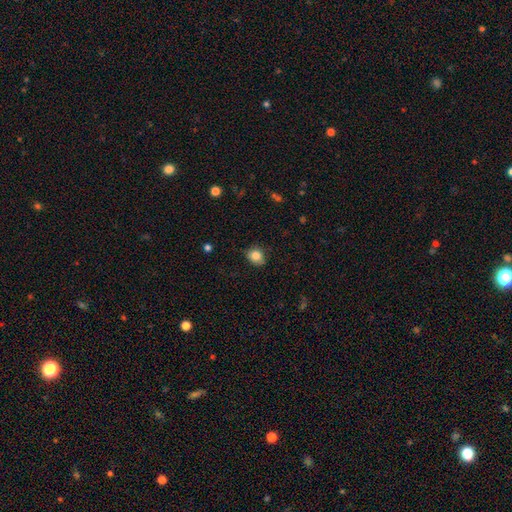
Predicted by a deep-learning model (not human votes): Q: Smooth or featured?
A: smooth (84%); runner-up: star or artifact (10%)
Q: How rounded?
A: round (66%); runner-up: in between (33%)
Q: Merging?
A: none (79%); runner-up: minor disturbance (17%)